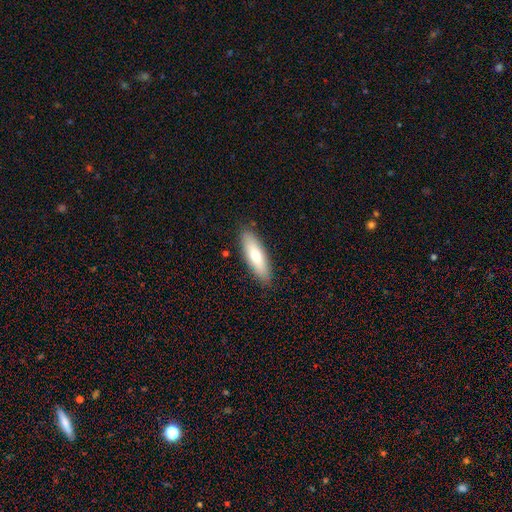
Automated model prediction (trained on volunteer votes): Smooth or featured? smooth (67%)
How rounded? cigar-shaped (54%)
Merging? none (88%)